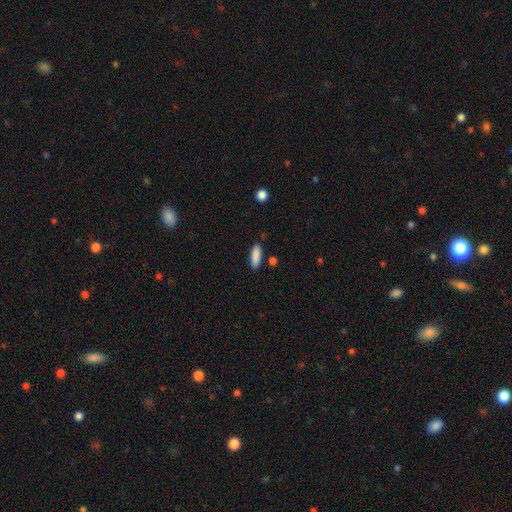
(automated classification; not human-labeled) Smooth or featured?
  - smooth: 88% *
  - star or artifact: 7%
  - featured or disk: 5%
How rounded?
  - in between: 56% *
  - cigar-shaped: 42%
  - round: 2%
Merging?
  - none: 84% *
  - minor disturbance: 10%
  - merger: 3%
  - major disturbance: 2%